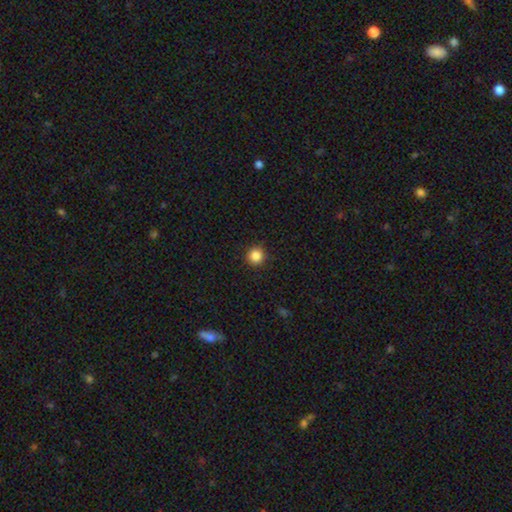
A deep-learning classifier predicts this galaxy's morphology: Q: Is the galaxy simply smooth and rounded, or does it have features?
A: smooth — 86%.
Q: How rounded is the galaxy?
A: round — 95%.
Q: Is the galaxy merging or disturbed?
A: none — 92%.